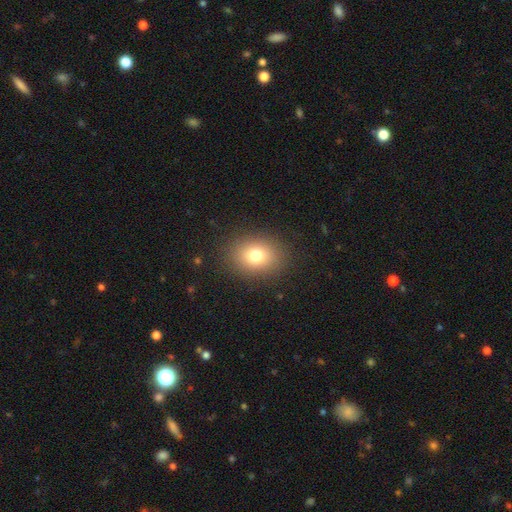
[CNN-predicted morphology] A smooth galaxy with no disk features (77%) that is round (50%).

Vote fractions:
- Smooth or featured? smooth: 77% / star or artifact: 13% / featured or disk: 10%
- How rounded? round: 50% / in between: 49% / cigar-shaped: 1%
- Merging? none: 87% / minor disturbance: 8% / major disturbance: 4% / merger: 1%